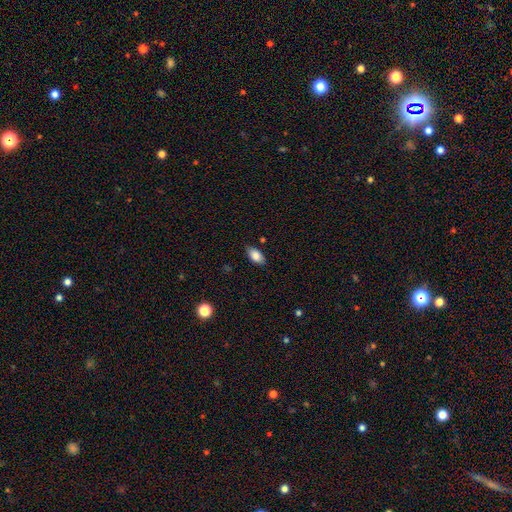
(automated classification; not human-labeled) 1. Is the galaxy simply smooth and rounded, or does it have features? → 85% smooth, 8% featured or disk, 8% star or artifact.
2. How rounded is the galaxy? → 92% in between, 4% round, 4% cigar-shaped.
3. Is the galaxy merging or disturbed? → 84% none, 13% minor disturbance, 2% major disturbance, 1% merger.